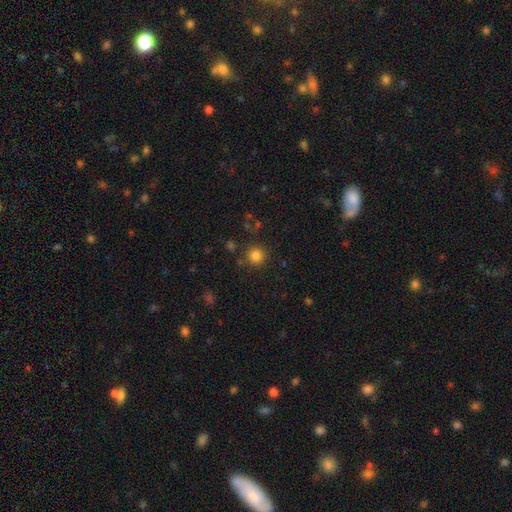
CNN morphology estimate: Overall: smooth (83%). How rounded: round (94%). Merging: none (87%).